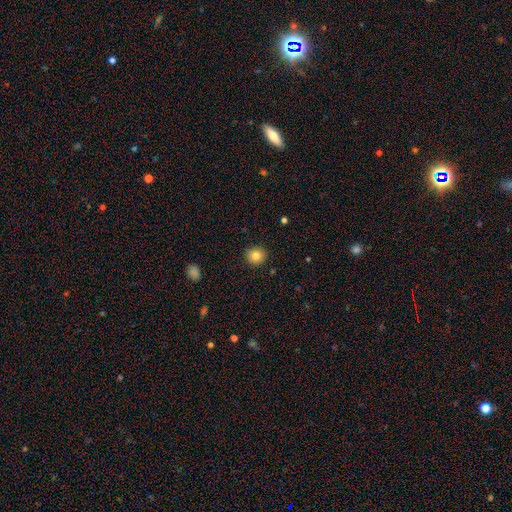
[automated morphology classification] smooth_or_featured: smooth (p=0.83) [alt: star or artifact p=0.10]
how_rounded: round (p=0.87) [alt: in between p=0.12]
merging: none (p=0.91) [alt: minor disturbance p=0.06]